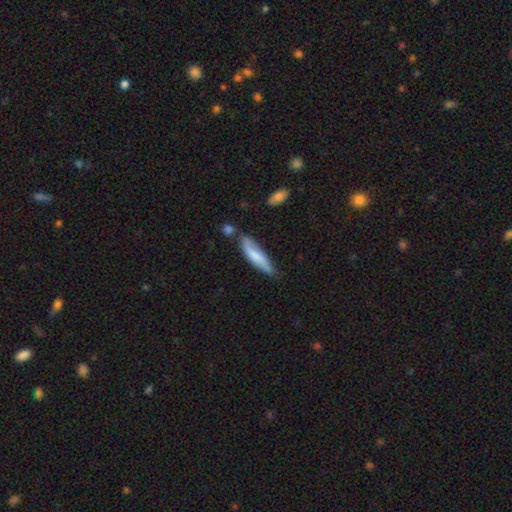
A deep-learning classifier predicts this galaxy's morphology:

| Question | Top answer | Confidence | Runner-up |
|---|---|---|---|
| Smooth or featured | smooth | 66% | featured or disk (28%) |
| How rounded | cigar-shaped | 71% | in between (27%) |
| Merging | none | 60% | minor disturbance (26%) |